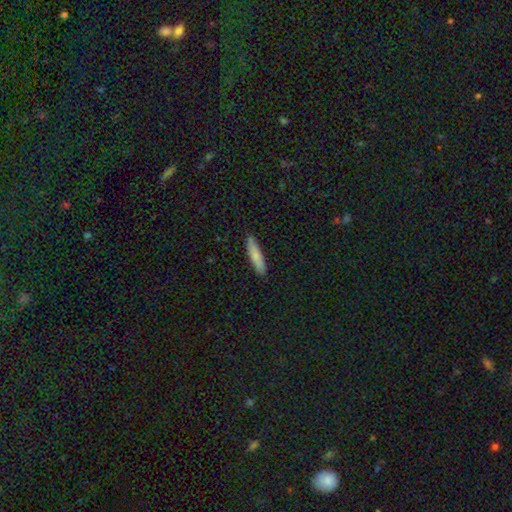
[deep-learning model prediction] smooth-or-featured: smooth: 81% | featured or disk: 13% | star or artifact: 6%
  how-rounded: cigar-shaped: 84% | in between: 15% | round: 1%
  merging: none: 89% | minor disturbance: 9% | major disturbance: 2% | merger: 1%